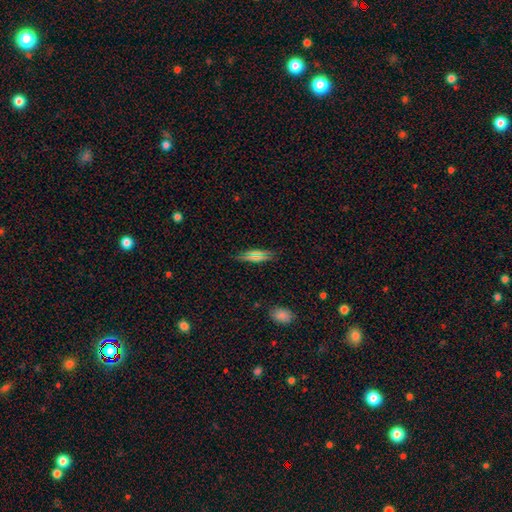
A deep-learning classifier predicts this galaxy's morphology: Smooth or featured?
  - smooth: 68% *
  - star or artifact: 17%
  - featured or disk: 15%
How rounded?
  - in between: 53% *
  - cigar-shaped: 42%
  - round: 5%
Merging?
  - none: 84% *
  - minor disturbance: 12%
  - major disturbance: 3%
  - merger: 2%